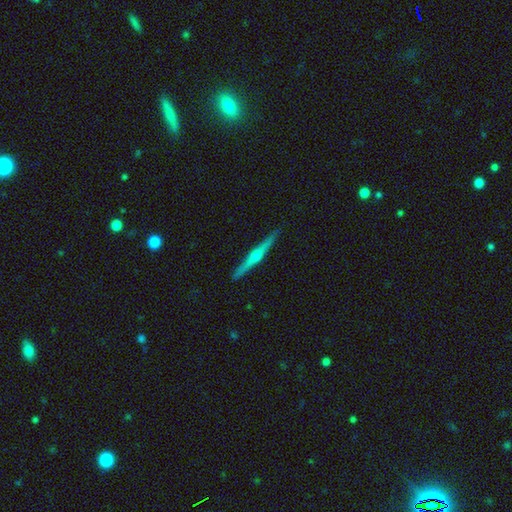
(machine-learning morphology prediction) Smooth or featured: featured or disk — 80% (smooth — 15%)
Edge-on disk: yes — 98% (no — 2%)
Edge-on bulge: rounded — 93% (none — 4%)
Merging: none — 92% (minor disturbance — 6%)